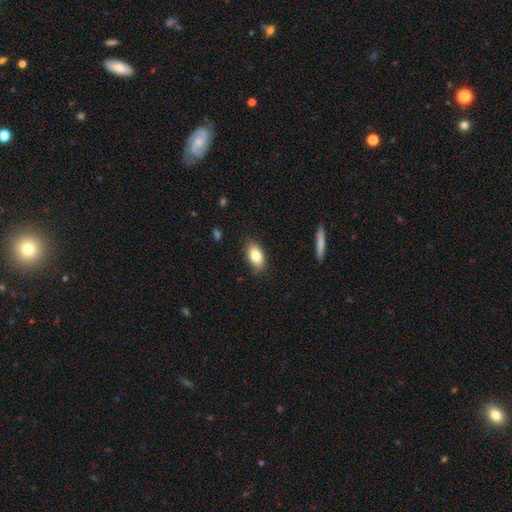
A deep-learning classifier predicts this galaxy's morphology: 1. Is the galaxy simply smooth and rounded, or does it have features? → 80% smooth, 12% featured or disk, 8% star or artifact.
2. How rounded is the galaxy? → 89% in between, 7% round, 4% cigar-shaped.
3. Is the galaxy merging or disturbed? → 79% none, 17% minor disturbance, 3% major disturbance, 1% merger.